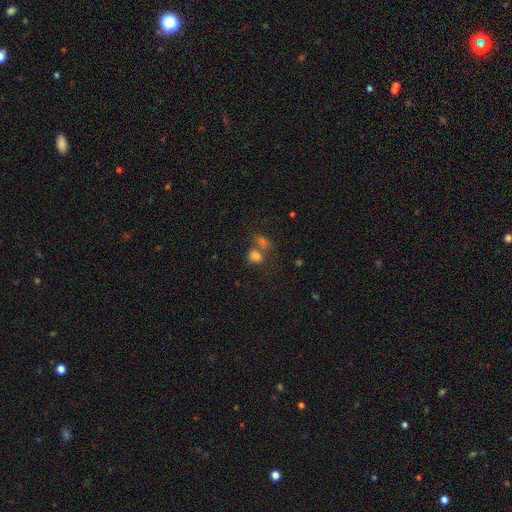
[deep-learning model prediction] Smooth or featured?
  - smooth: 77% *
  - star or artifact: 14%
  - featured or disk: 9%
How rounded?
  - round: 54% *
  - in between: 44%
  - cigar-shaped: 2%
Merging?
  - merger: 43% *
  - none: 39%
  - minor disturbance: 11%
  - major disturbance: 7%